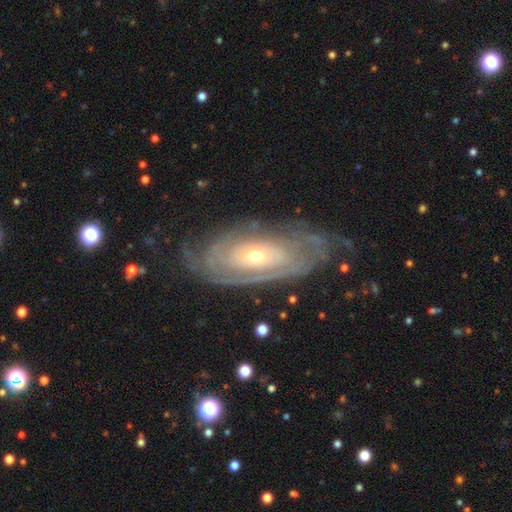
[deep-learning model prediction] Overall: featured or disk (83%). Edge-on disk: no (91%). Bar: no (78%). Spiral arms: yes (85%). Spiral arm count: can't tell (53%; 2 19%). Spiral winding: tight (75%). Bulge size: small (49%; moderate 46%). Merging: none (68%).